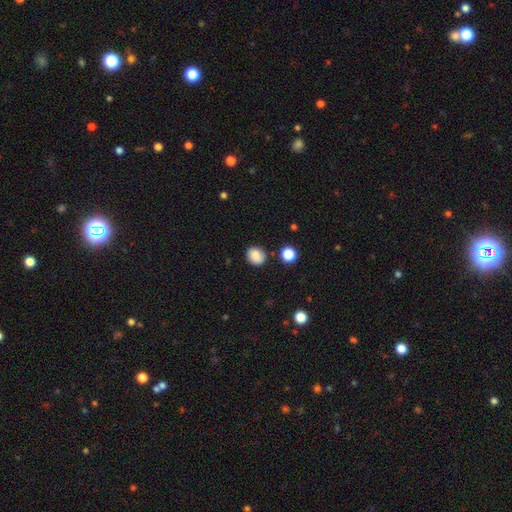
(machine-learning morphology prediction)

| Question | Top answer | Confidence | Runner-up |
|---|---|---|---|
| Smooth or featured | smooth | 84% | star or artifact (10%) |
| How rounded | round | 71% | in between (28%) |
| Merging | none | 81% | minor disturbance (13%) |